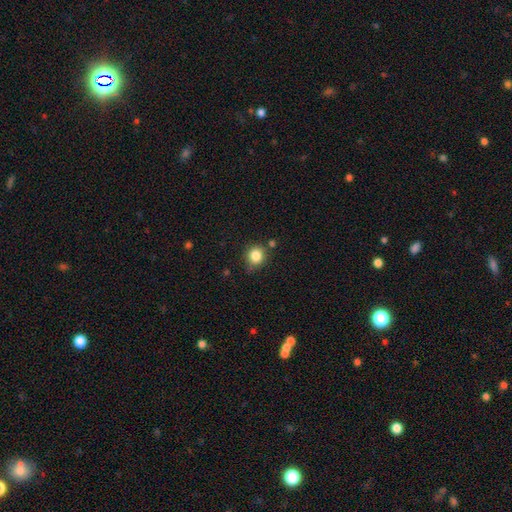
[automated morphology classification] smooth_or_featured: smooth (p=0.84) [alt: star or artifact p=0.11]
how_rounded: round (p=0.86) [alt: in between p=0.13]
merging: none (p=0.76) [alt: minor disturbance p=0.14]